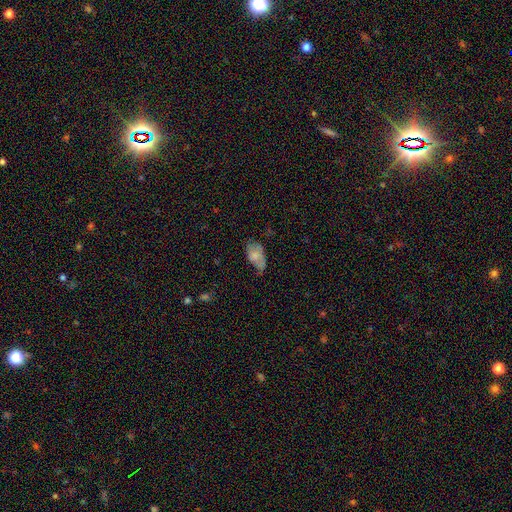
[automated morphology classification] Smooth or featured? Predicted: smooth (p=0.68). How rounded? Predicted: in between (p=0.92). Merging? Predicted: none (p=0.39).